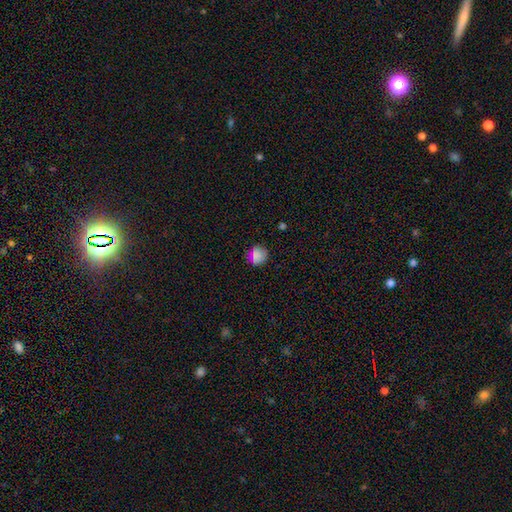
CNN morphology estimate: The model was most divided on "smooth or featured": smooth: 80%, star or artifact: 14%, featured or disk: 6%. More confident: how rounded — round (85%); merging — none (83%).